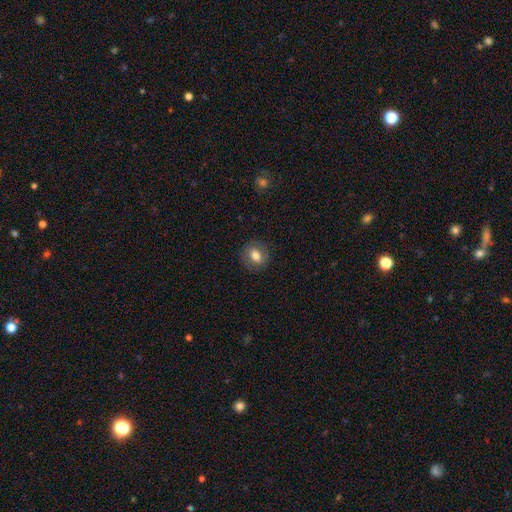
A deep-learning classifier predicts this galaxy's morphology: This appears to be a smooth galaxy with no disk features (73%) that is round (62%). Merging: none (85%).